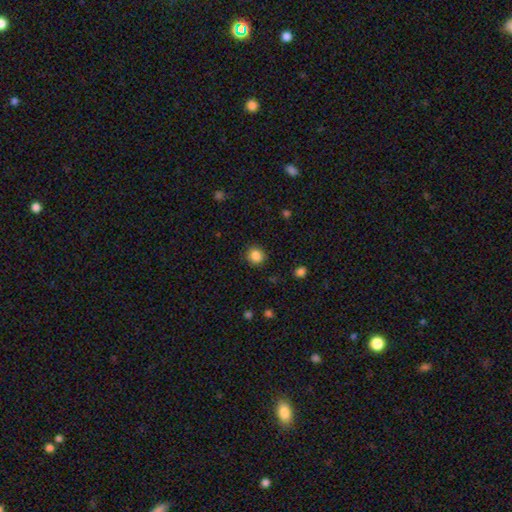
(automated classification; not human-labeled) smooth_or_featured: smooth (p=0.85) [alt: star or artifact p=0.11]
how_rounded: round (p=0.89) [alt: in between p=0.10]
merging: none (p=0.90) [alt: minor disturbance p=0.07]